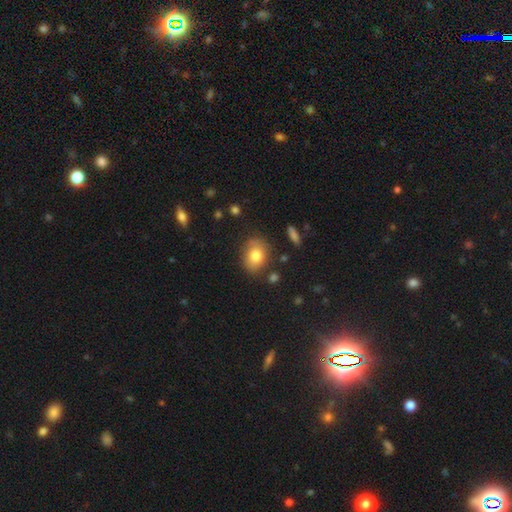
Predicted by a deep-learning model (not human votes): The model was most divided on "how rounded": in between: 57%, round: 42%, cigar-shaped: 1%. More confident: smooth or featured — smooth (78%); merging — none (78%).